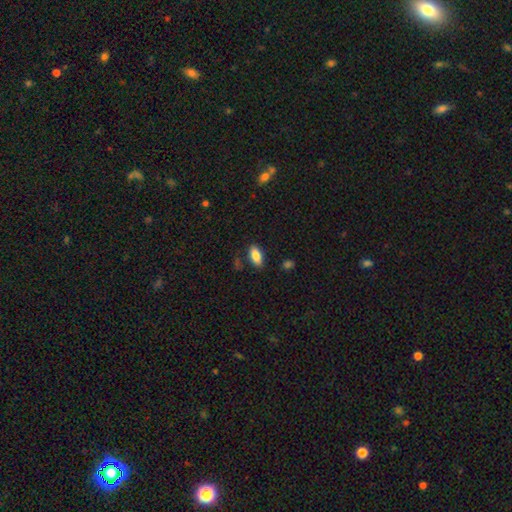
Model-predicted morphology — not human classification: smooth_or_featured: smooth (p=0.84) [alt: featured or disk p=0.08]
how_rounded: in between (p=0.89) [alt: cigar-shaped p=0.09]
merging: none (p=0.84) [alt: minor disturbance p=0.11]